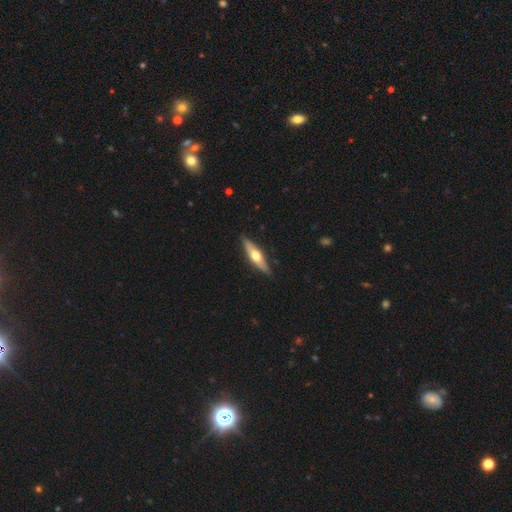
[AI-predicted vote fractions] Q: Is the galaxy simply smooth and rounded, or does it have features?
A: featured or disk — 56%.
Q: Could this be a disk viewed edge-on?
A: yes — 91%.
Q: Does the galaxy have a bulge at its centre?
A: rounded — 93%.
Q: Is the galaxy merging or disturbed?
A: none — 88%.